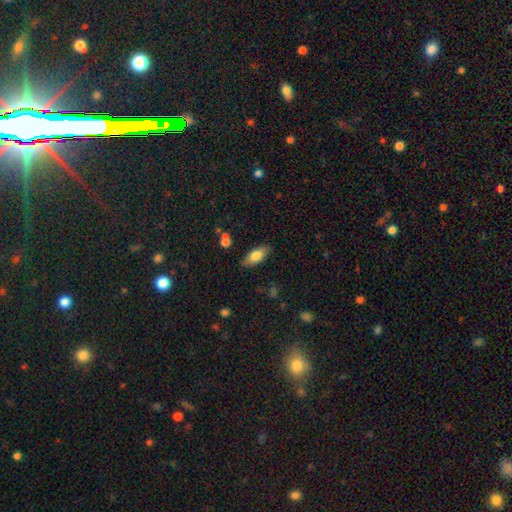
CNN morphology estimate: Smooth or featured? smooth (77%)
How rounded? in between (82%)
Merging? none (84%)